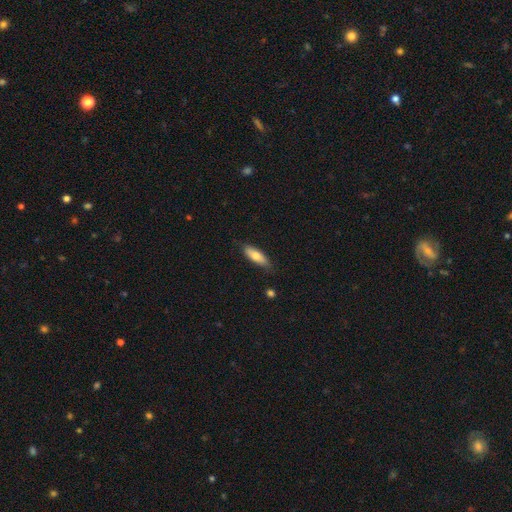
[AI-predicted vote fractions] Morphology: type=smooth (72%); roundness=in between (59%); merging=none (80%).